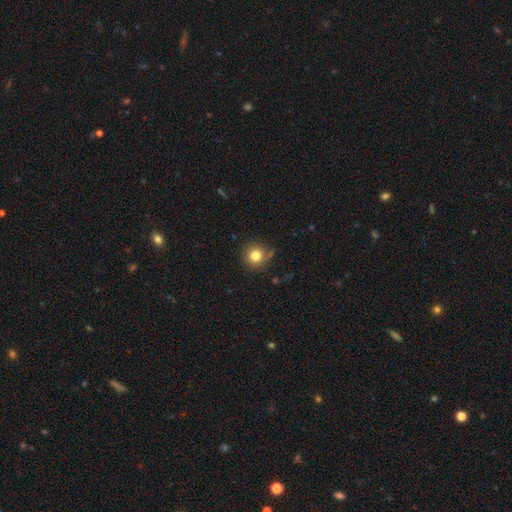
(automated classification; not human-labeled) Q: Smooth or featured?
A: smooth (81%); runner-up: star or artifact (12%)
Q: How rounded?
A: round (93%); runner-up: in between (6%)
Q: Merging?
A: none (80%); runner-up: minor disturbance (14%)